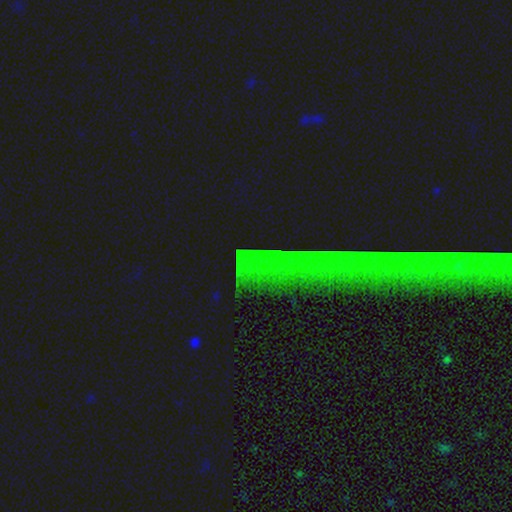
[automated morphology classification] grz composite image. It shows a star or artifact, not a galaxy (78%).